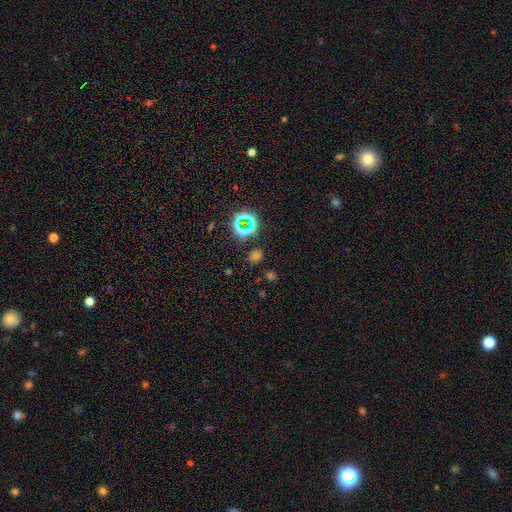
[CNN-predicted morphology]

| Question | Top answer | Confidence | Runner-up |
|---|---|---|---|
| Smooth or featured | star or artifact | 54% | smooth (38%) |